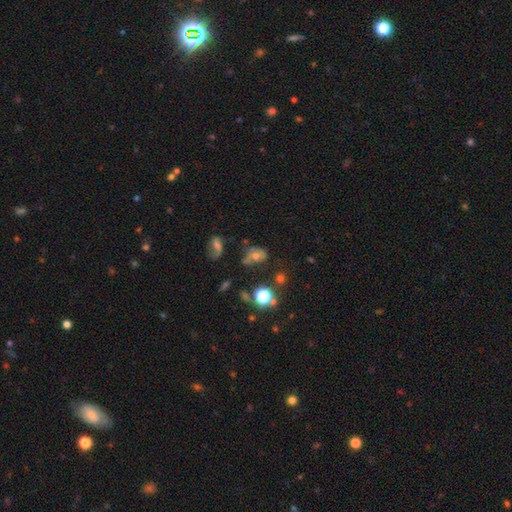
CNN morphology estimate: Smooth or featured?
  - smooth: 46% *
  - featured or disk: 29%
  - star or artifact: 25%
Merging?
  - none: 43% *
  - minor disturbance: 26%
  - major disturbance: 20%
  - merger: 11%